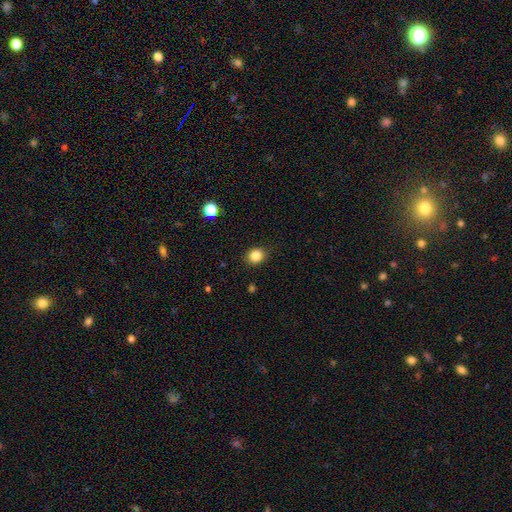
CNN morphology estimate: smooth 84%, star or artifact 11%, featured or disk 5%. Down the decision tree: how rounded — round (71%); merging — none (86%).